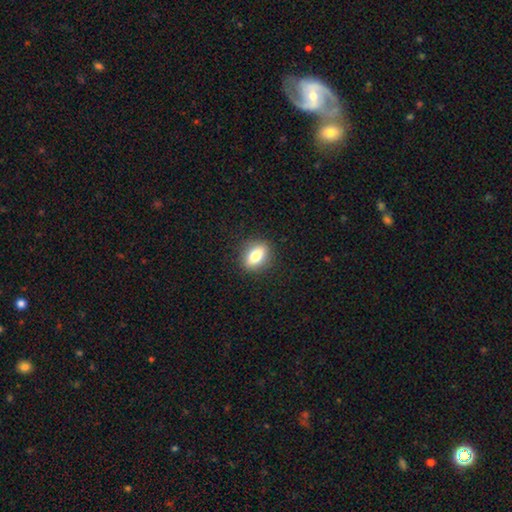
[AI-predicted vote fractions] Smooth or featured? Predicted: smooth (p=0.74). How rounded? Predicted: in between (p=0.68). Merging? Predicted: none (p=0.88).